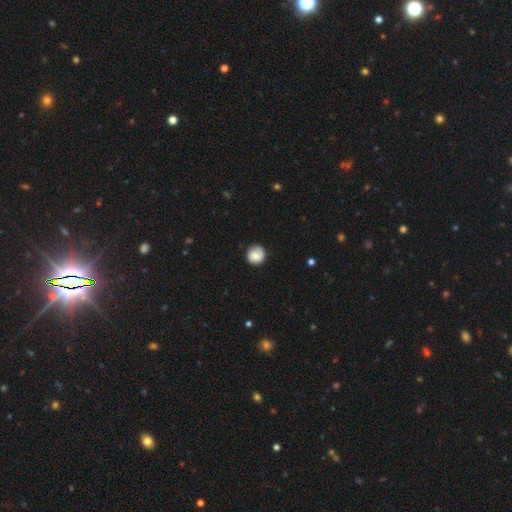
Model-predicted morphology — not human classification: Q: Smooth or featured?
A: smooth (76%); runner-up: featured or disk (17%)
Q: How rounded?
A: round (90%); runner-up: in between (9%)
Q: Merging?
A: none (79%); runner-up: minor disturbance (16%)